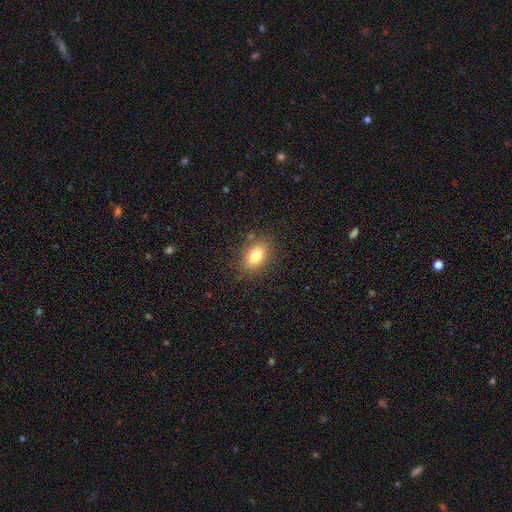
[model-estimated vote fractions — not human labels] smooth 79%, featured or disk 11%, star or artifact 10%. Down the decision tree: how rounded — in between (84%); merging — none (83%).